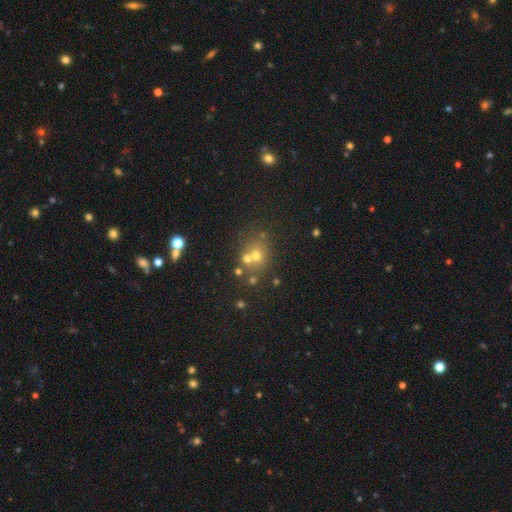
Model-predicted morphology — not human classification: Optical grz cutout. It shows a smooth galaxy with no disk features (58%) that is round (78%). Merging: none (53%).